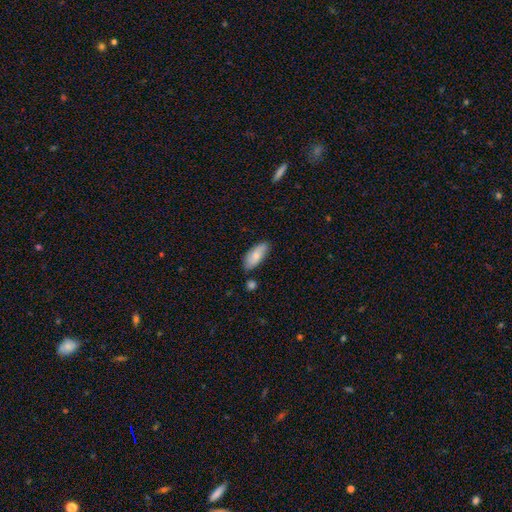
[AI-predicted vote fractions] A smooth galaxy with no disk features (75%) that is in between round and cigar-shaped (83%).

Vote fractions:
- Smooth or featured? smooth: 75% / featured or disk: 19% / star or artifact: 6%
- How rounded? in between: 83% / cigar-shaped: 15% / round: 2%
- Merging? none: 74% / minor disturbance: 18% / merger: 5% / major disturbance: 3%